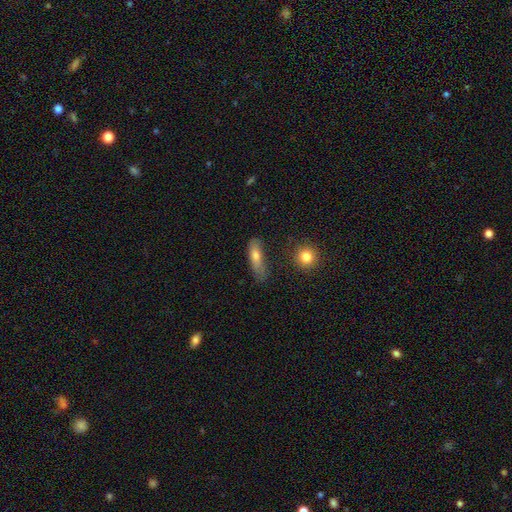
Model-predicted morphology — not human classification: Smooth or featured? smooth (63%)
How rounded? cigar-shaped (61%)
Merging? none (58%)